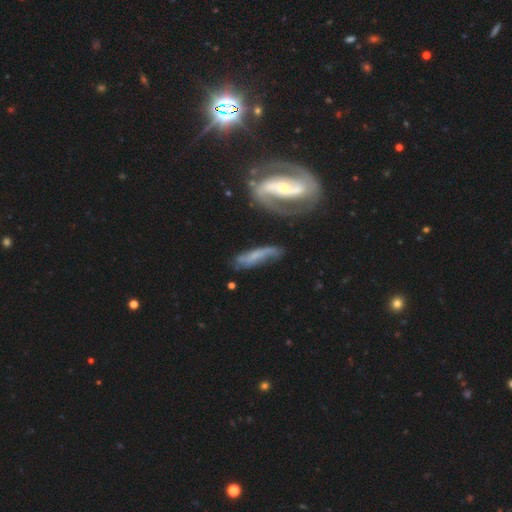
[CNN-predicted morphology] Smooth or featured: featured or disk — 61% (smooth — 30%)
Edge-on disk: no — 79% (yes — 21%)
Merging: none — 54% (minor disturbance — 23%)